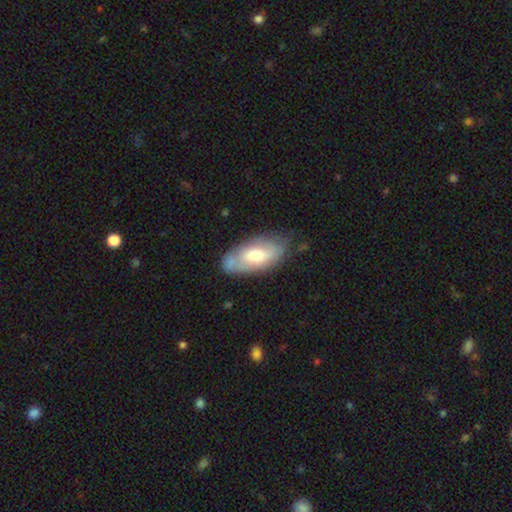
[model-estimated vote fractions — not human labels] Q: Smooth or featured?
A: smooth (56%); runner-up: featured or disk (38%)
Q: How rounded?
A: in between (89%); runner-up: cigar-shaped (9%)
Q: Merging?
A: none (59%); runner-up: minor disturbance (26%)